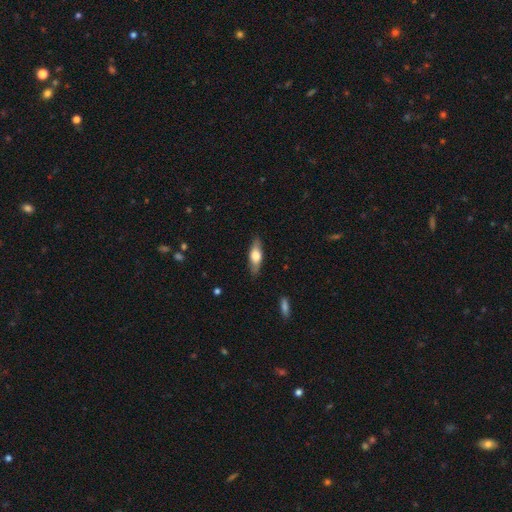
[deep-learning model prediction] This is possibly a smooth galaxy (55%). How rounded: possibly in between (56%). Merging: clearly none (84%).